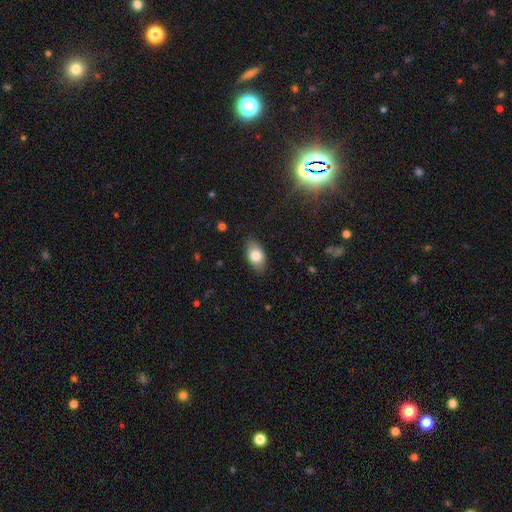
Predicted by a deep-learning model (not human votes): This appears to be a smooth galaxy with no disk features (80%) that is in between round and cigar-shaped (92%). Merging: none (84%).